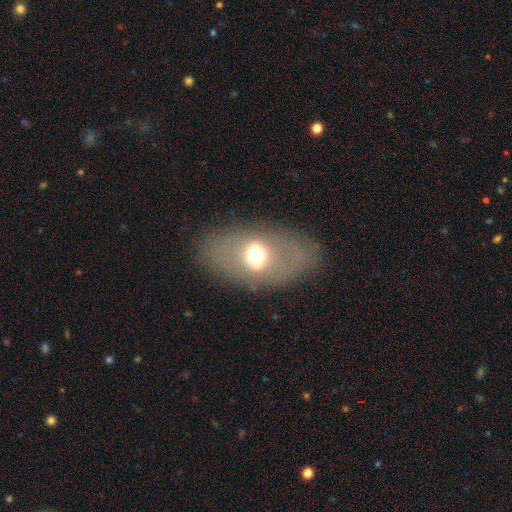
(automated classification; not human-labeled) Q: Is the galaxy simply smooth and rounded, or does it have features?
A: smooth — 47%.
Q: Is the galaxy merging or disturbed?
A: none — 77%.